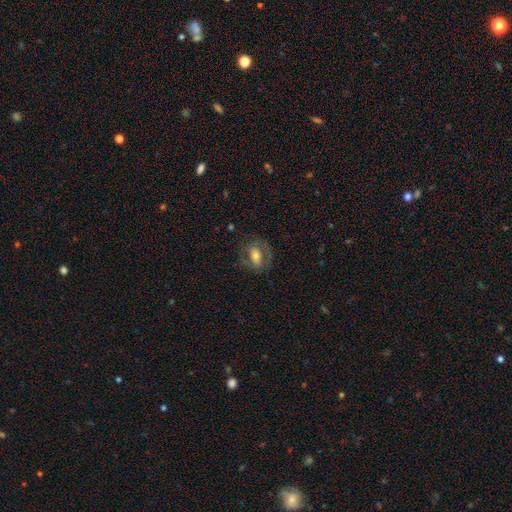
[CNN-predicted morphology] A featured or disk galaxy (49%). Merging: none (67%).